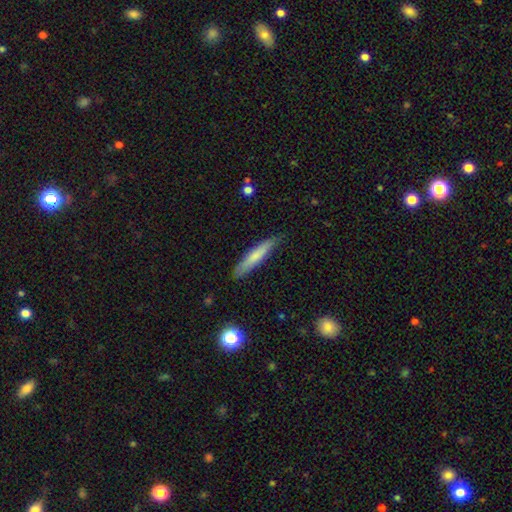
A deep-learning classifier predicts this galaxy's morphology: Smooth or featured: smooth — 68% (featured or disk — 26%)
How rounded: cigar-shaped — 91% (in between — 8%)
Merging: none — 83% (minor disturbance — 13%)